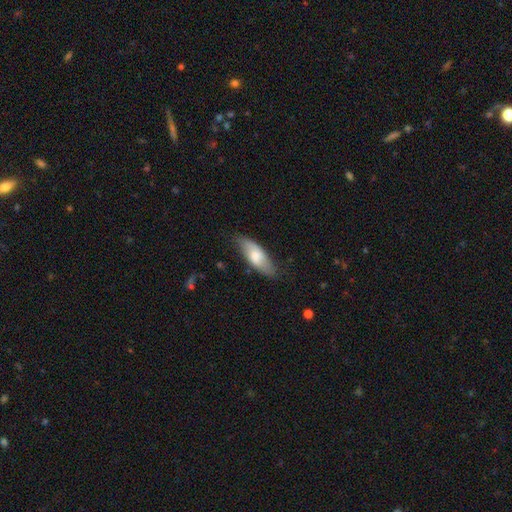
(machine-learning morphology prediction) smooth 72%, featured or disk 22%, star or artifact 6%. Down the decision tree: how rounded — in between (71%); merging — none (75%).